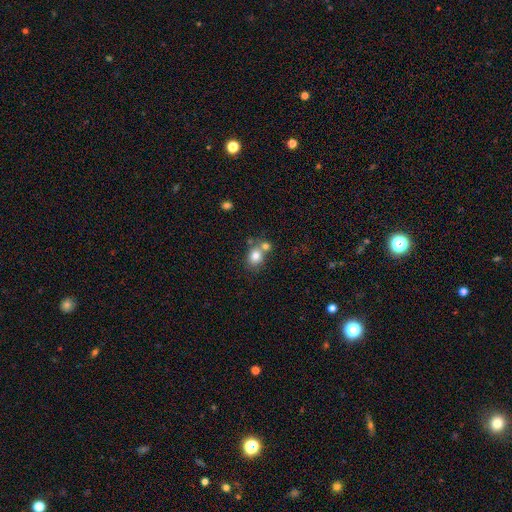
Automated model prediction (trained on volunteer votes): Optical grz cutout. It shows a smooth galaxy with no disk features (79%) that is round (63%). Merging: none (47%).